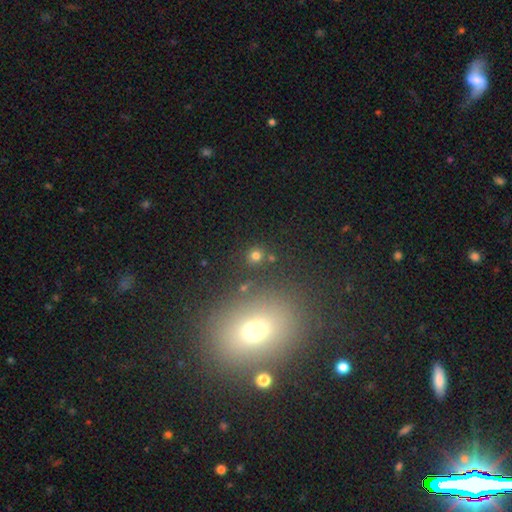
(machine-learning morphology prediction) Overall: smooth (74%). How rounded: round (88%). Merging: none (84%).